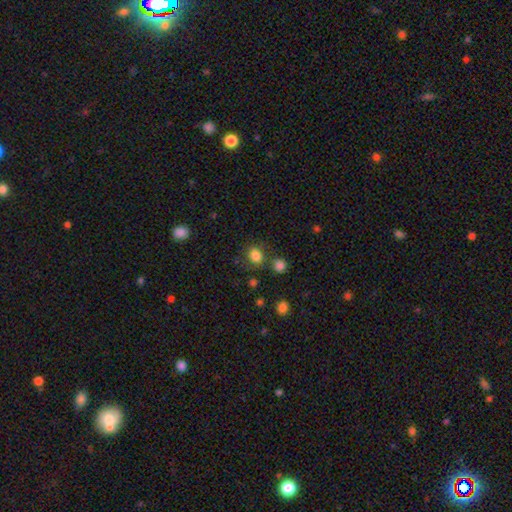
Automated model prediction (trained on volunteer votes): Smooth or featured? smooth (82%)
How rounded? round (60%)
Merging? none (73%)